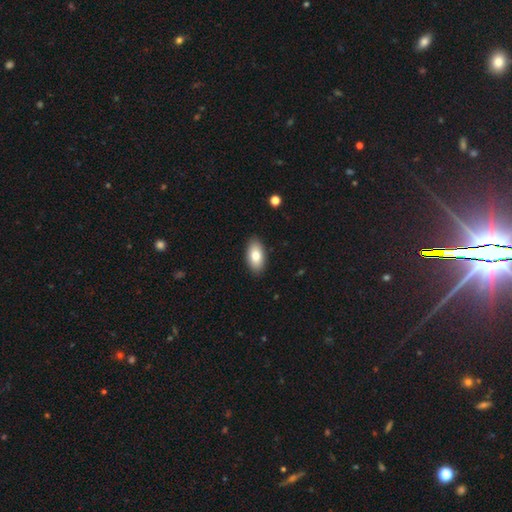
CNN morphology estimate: Smooth or featured? Predicted: smooth (p=0.81). How rounded? Predicted: in between (p=0.93). Merging? Predicted: none (p=0.89).